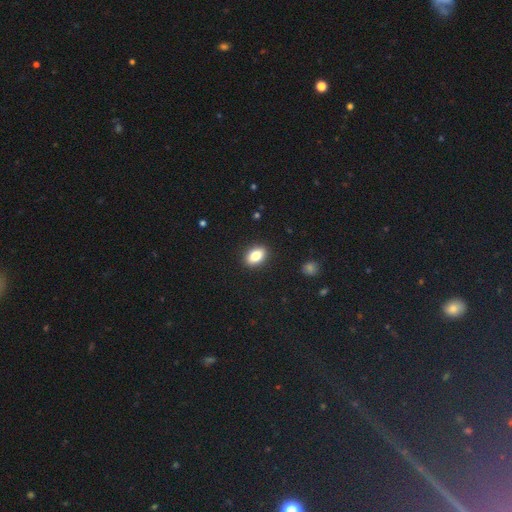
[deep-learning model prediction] smooth 82%, featured or disk 9%, star or artifact 8%. Down the decision tree: how rounded — in between (86%); merging — none (90%).